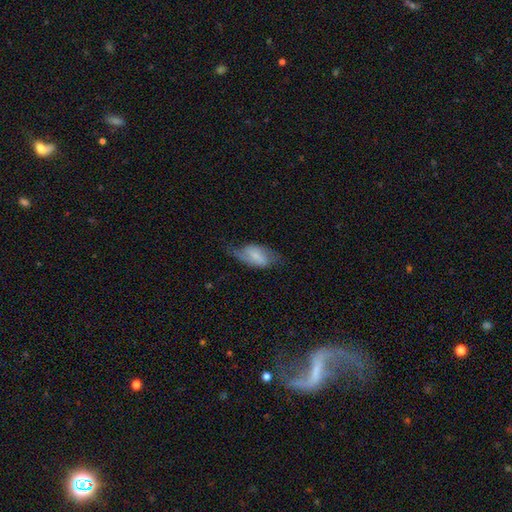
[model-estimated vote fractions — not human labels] smooth-or-featured: featured or disk: 51% | smooth: 41% | star or artifact: 8%
  disk-edge-on: no: 92% | yes: 8%
  merging: none: 54% | minor disturbance: 27% | major disturbance: 17% | merger: 2%